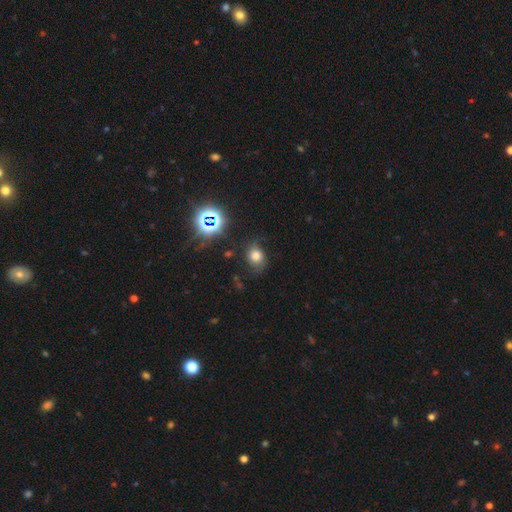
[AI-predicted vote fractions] Smooth or featured: smooth — 61% (star or artifact — 20%)
How rounded: round — 56% (in between — 43%)
Merging: none — 58% (minor disturbance — 26%)